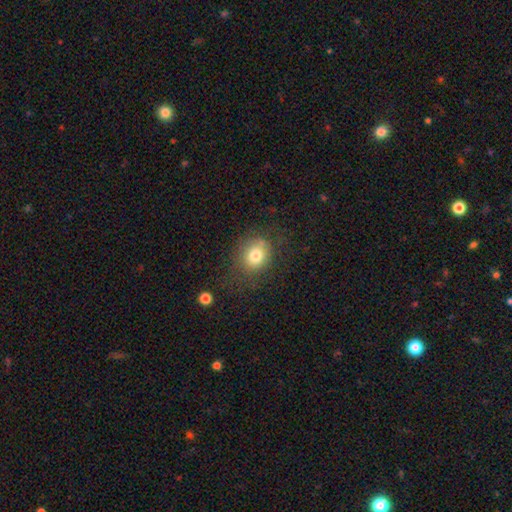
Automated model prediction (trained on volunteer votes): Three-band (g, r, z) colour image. It shows a smooth galaxy with no disk features (77%) that is round (66%). Merging: none (73%).